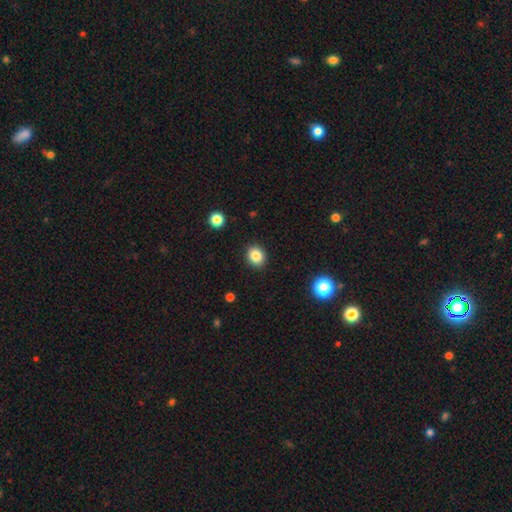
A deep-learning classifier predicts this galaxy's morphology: smooth-or-featured: smooth: 85% | star or artifact: 10% | featured or disk: 5%
  how-rounded: round: 62% | in between: 37% | cigar-shaped: 1%
  merging: none: 90% | minor disturbance: 7% | major disturbance: 2% | merger: 1%